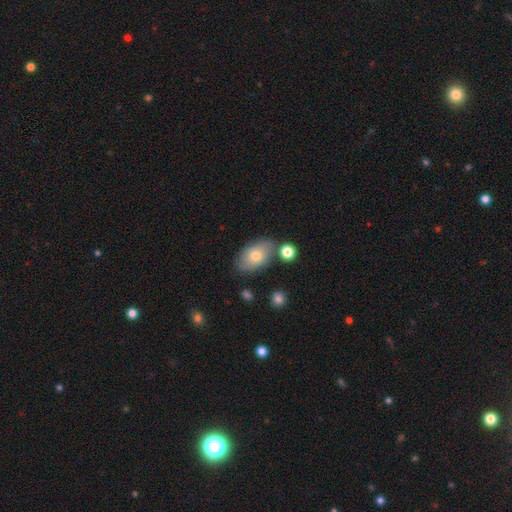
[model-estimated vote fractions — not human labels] Smooth or featured? smooth (74%)
How rounded? in between (91%)
Merging? none (73%)